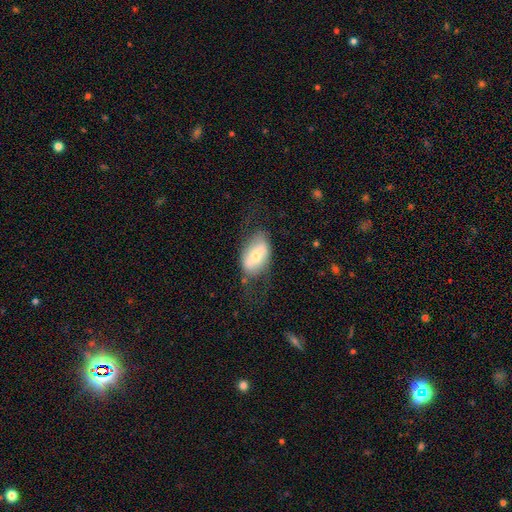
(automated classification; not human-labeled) smooth-or-featured: smooth: 54% | featured or disk: 39% | star or artifact: 7%
  how-rounded: in between: 89% | round: 9% | cigar-shaped: 2%
  merging: none: 54% | minor disturbance: 23% | major disturbance: 20% | merger: 3%